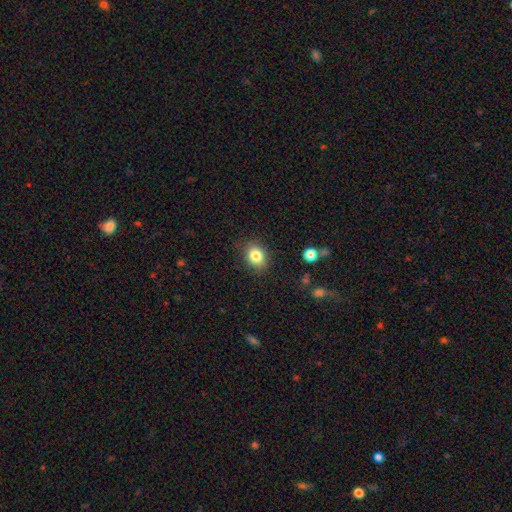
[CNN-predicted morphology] smooth-or-featured: smooth: 83% | star or artifact: 10% | featured or disk: 7%
  how-rounded: in between: 51% | round: 49% | cigar-shaped: 1%
  merging: none: 85% | minor disturbance: 11% | major disturbance: 3% | merger: 1%